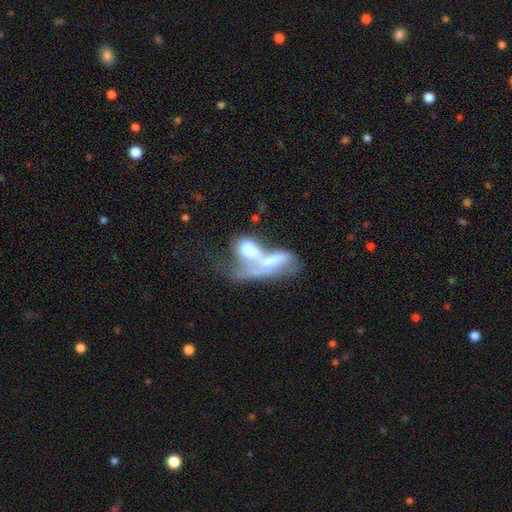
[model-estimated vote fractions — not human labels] Morphology: type=featured or disk (55%); edge-on=no (83%); merging=merger (73%).